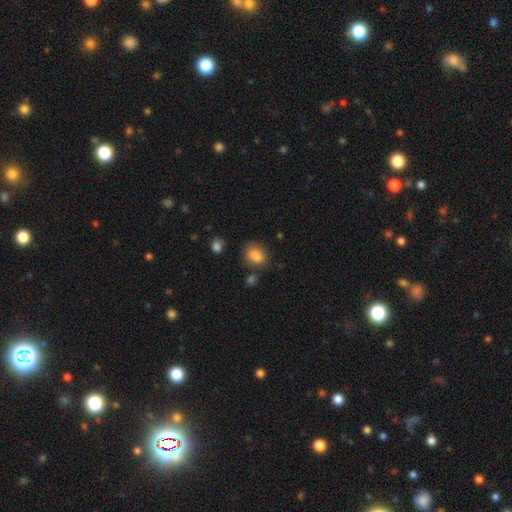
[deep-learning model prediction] Q: Smooth or featured?
A: smooth (84%); runner-up: star or artifact (10%)
Q: How rounded?
A: in between (67%); runner-up: round (32%)
Q: Merging?
A: none (65%); runner-up: minor disturbance (21%)